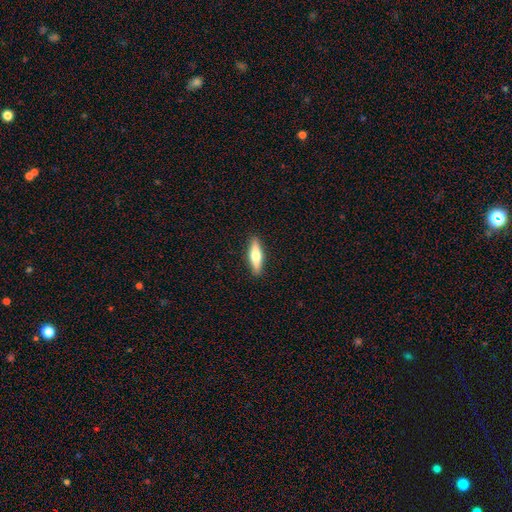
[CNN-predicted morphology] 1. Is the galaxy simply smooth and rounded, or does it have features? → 52% smooth, 42% featured or disk, 6% star or artifact.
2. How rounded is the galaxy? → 67% cigar-shaped, 30% in between, 2% round.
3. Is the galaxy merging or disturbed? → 91% none, 7% minor disturbance, 2% major disturbance, 1% merger.